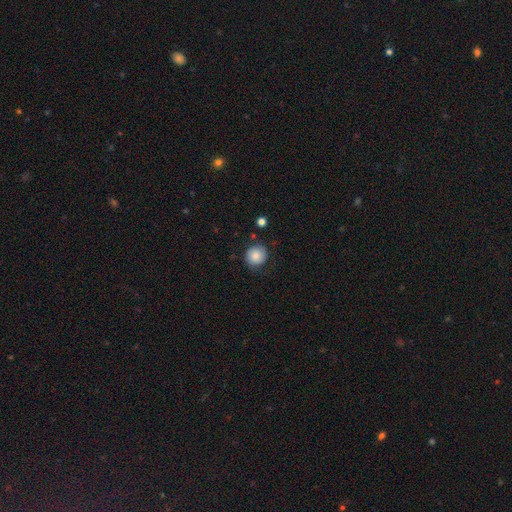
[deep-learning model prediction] Morphology: type=smooth (77%); roundness=round (87%); merging=none (74%).